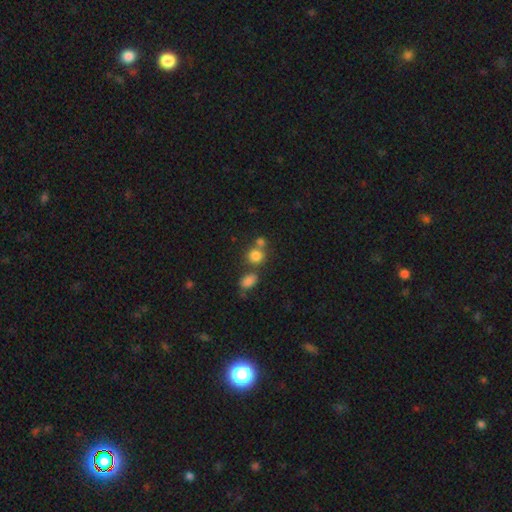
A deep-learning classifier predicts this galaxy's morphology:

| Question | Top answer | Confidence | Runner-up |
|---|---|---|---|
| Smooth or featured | smooth | 78% | star or artifact (14%) |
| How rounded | round | 78% | in between (21%) |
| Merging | none | 52% | merger (34%) |